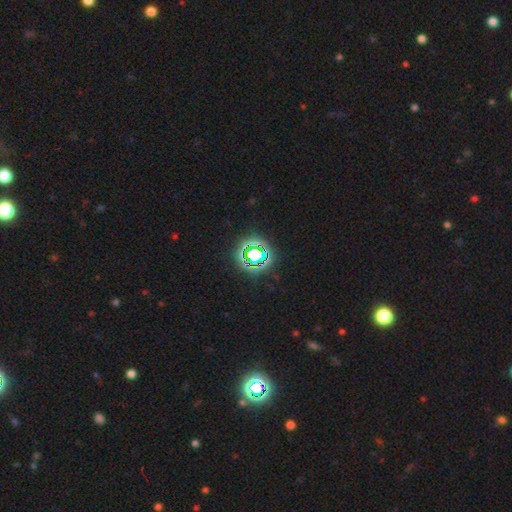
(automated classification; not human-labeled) star or artifact 75%, smooth 18%, featured or disk 8%.